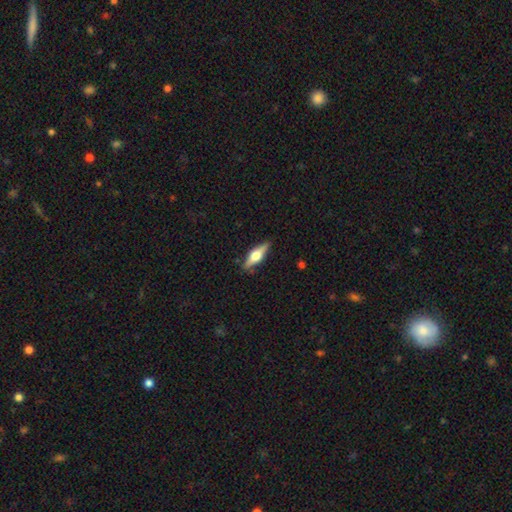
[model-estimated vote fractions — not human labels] Smooth or featured?
  - featured or disk: 63% *
  - smooth: 31%
  - star or artifact: 6%
Edge-on disk?
  - yes: 96% *
  - no: 4%
Edge-on bulge?
  - rounded: 94% *
  - boxy: 5%
  - none: 1%
Merging?
  - none: 87% *
  - minor disturbance: 9%
  - major disturbance: 2%
  - merger: 1%